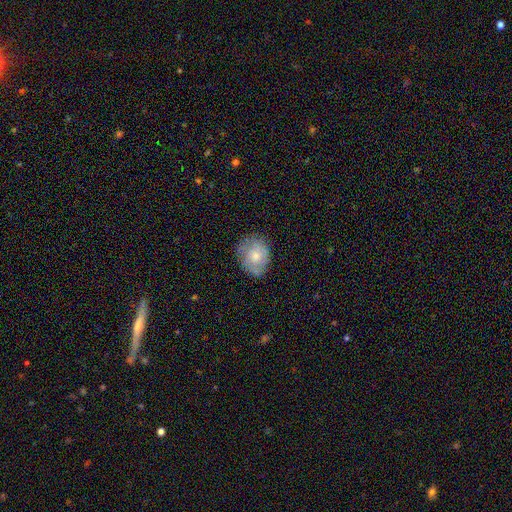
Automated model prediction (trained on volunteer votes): Smooth or featured: smooth — 56% (featured or disk — 36%)
How rounded: round — 57% (in between — 42%)
Merging: none — 68% (minor disturbance — 23%)